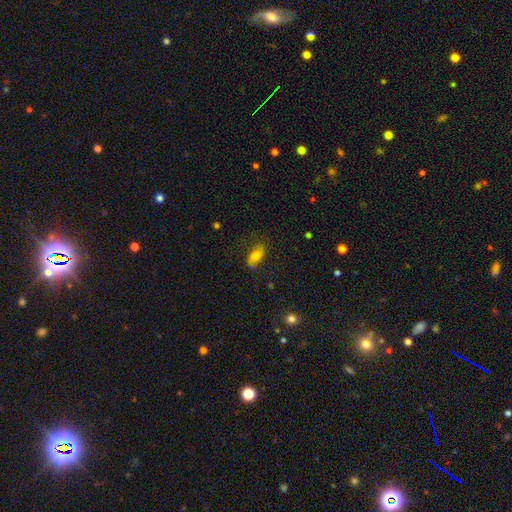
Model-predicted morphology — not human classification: This appears to be a smooth galaxy with no disk features (60%) that is in between round and cigar-shaped (84%). Merging: none (73%).